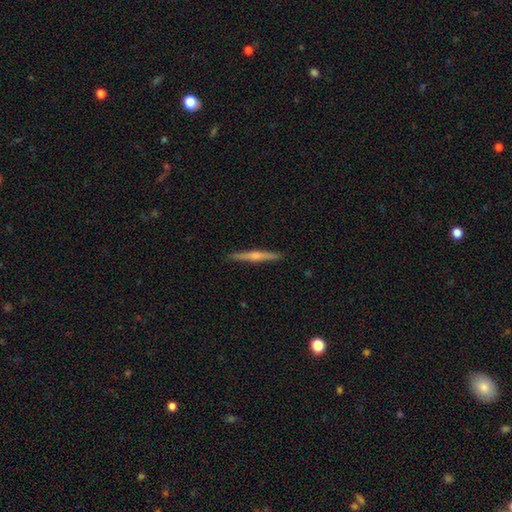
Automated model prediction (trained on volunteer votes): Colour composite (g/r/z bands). It shows a featured or disk galaxy (62%) viewed edge-on (98%) with a rounded central bulge (78%). Merging: none (92%).